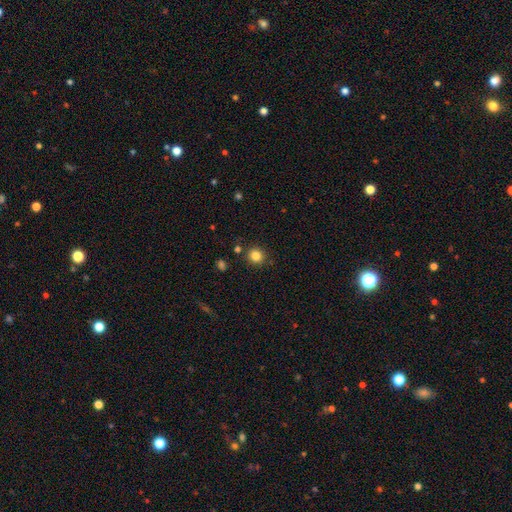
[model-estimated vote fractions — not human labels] Smooth or featured: smooth — 84% (star or artifact — 12%)
How rounded: round — 90% (in between — 9%)
Merging: none — 86% (minor disturbance — 8%)